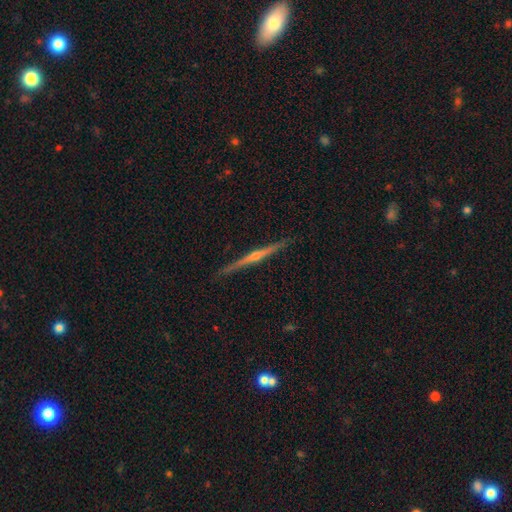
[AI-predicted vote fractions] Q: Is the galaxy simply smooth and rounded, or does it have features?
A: featured or disk — 83%.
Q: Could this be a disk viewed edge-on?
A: yes — 99%.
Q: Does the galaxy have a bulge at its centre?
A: rounded — 84%.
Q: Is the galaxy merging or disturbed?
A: none — 91%.